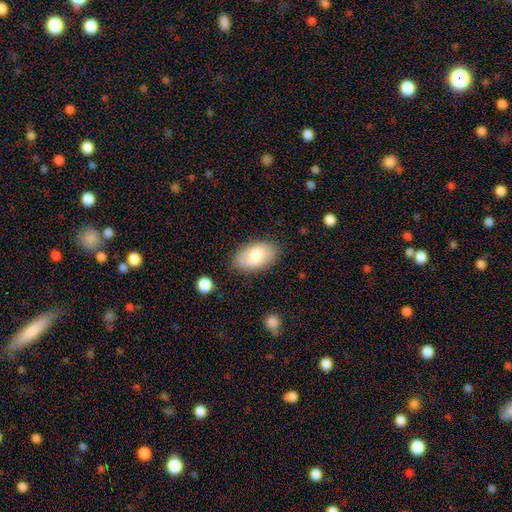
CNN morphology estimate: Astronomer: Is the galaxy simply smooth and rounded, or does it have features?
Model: smooth — 78%.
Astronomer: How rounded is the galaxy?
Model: in between — 94%.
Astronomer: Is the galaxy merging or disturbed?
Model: none — 83%.